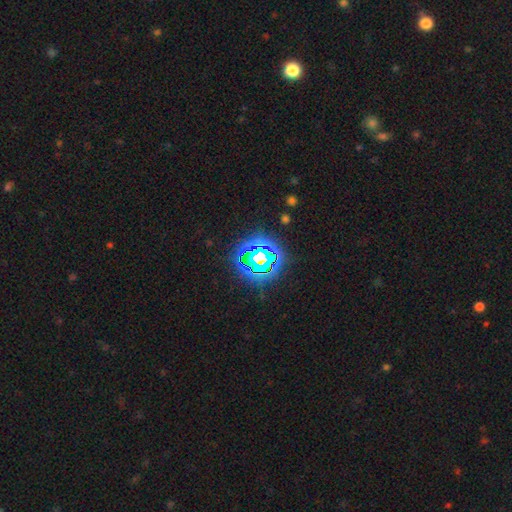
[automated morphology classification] This is likely a star or artifact rather than a galaxy (74%).